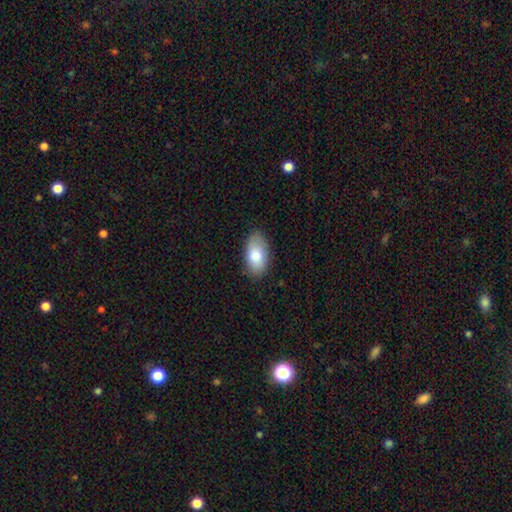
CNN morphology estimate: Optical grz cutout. It shows a smooth galaxy with no disk features (80%) that is in between round and cigar-shaped (93%). Merging: none (84%).